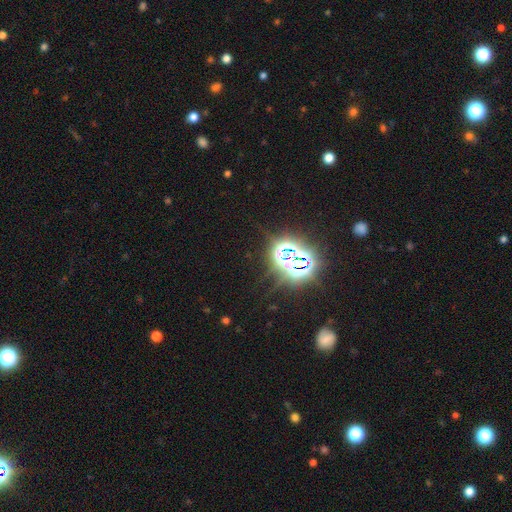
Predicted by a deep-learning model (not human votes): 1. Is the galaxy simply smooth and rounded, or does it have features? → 79% star or artifact, 13% smooth, 8% featured or disk.